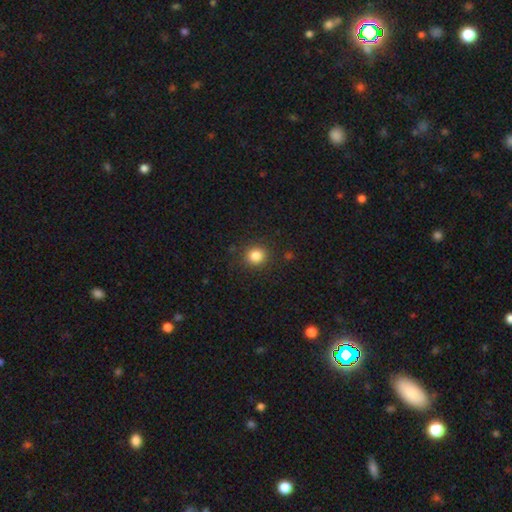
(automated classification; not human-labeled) This appears to be a smooth galaxy with no disk features (84%) that is round (88%). Merging: none (89%).